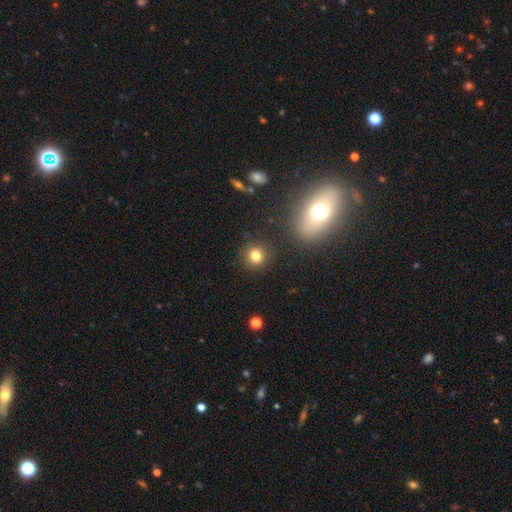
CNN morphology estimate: A smooth galaxy with no disk features (80%) that is round (90%). Merging: none (88%).